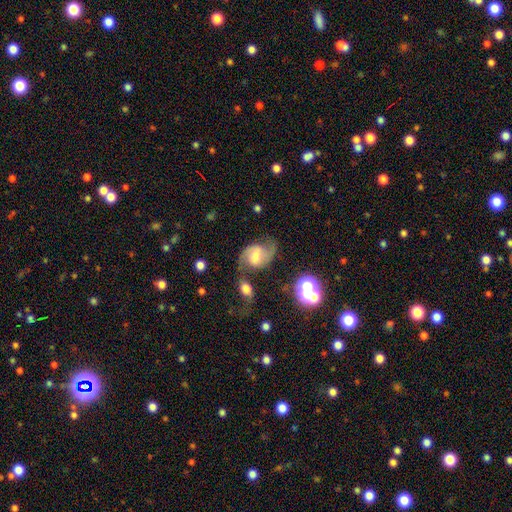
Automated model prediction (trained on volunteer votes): Smooth or featured: featured or disk — 75% (smooth — 16%)
Edge-on disk: no — 97% (yes — 3%)
Bar: weak — 53% (strong — 24%)
Spiral arms: yes — 93% (no — 7%)
Spiral winding: medium — 47% (loose — 41%)
Spiral arm count: 2 — 90% (can't tell — 4%)
Bulge size: moderate — 46% (small — 27%)
Merging: none — 56% (minor disturbance — 18%)